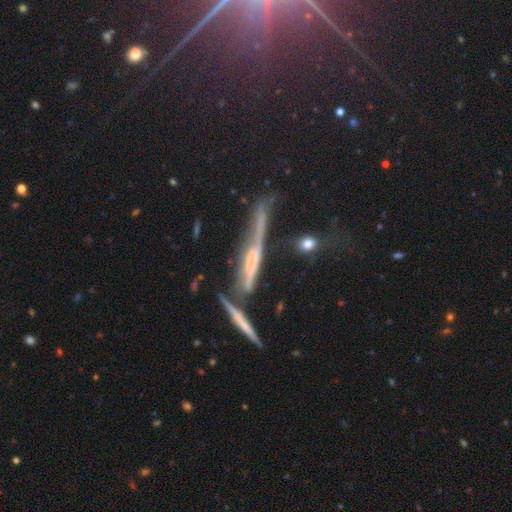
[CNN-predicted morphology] type=featured or disk (64%); edge-on=yes (86%); edge-on bulge=rounded (43%); merging=none (53%).